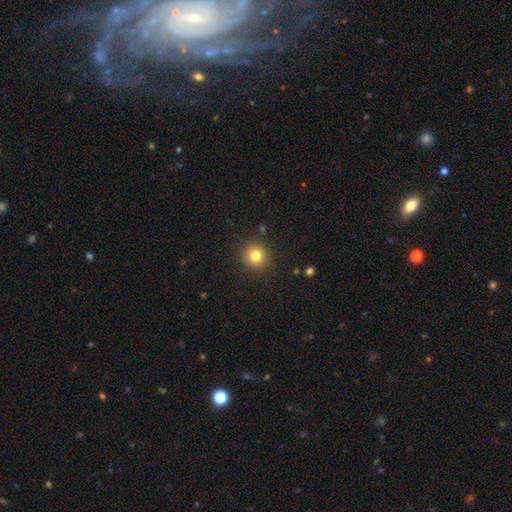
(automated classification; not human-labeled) This appears to be a smooth galaxy with no disk features (81%) that is round (92%). Merging: none (90%).